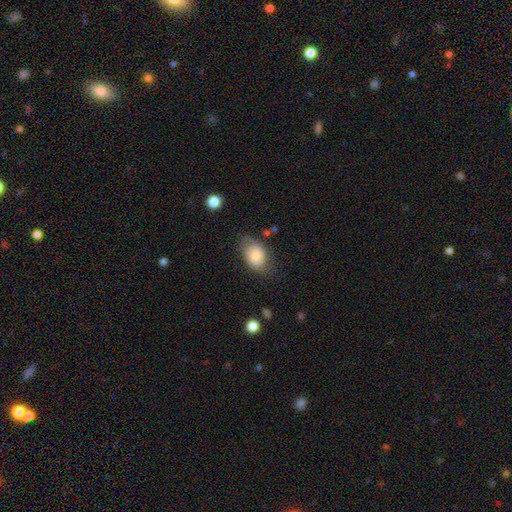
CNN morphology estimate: This appears to be a smooth galaxy with no disk features (72%) that is in between round and cigar-shaped (79%). Merging: none (56%).